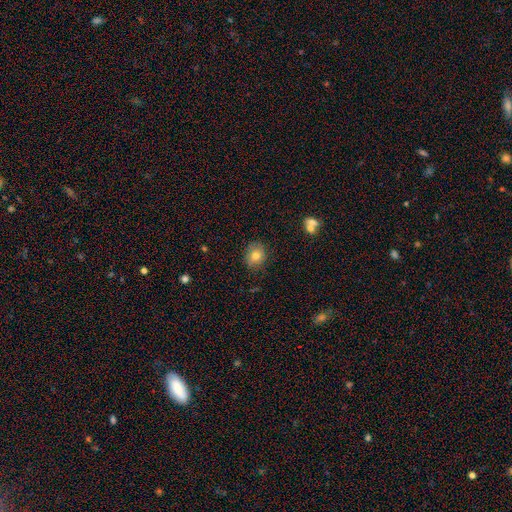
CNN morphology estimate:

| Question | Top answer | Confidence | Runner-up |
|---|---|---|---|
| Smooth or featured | smooth | 79% | featured or disk (11%) |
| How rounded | round | 67% | in between (32%) |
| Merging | none | 84% | minor disturbance (12%) |